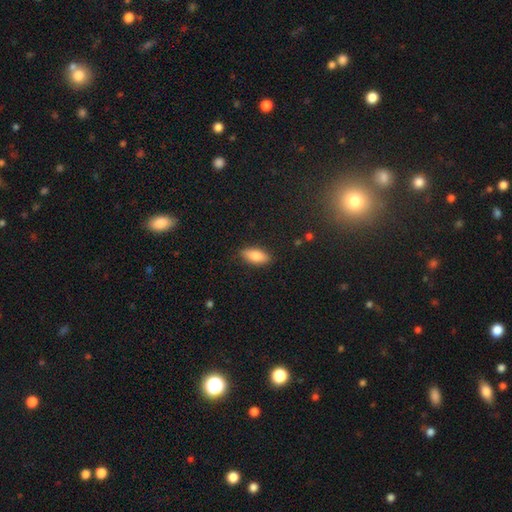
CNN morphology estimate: Smooth or featured? Predicted: smooth (p=0.83). How rounded? Predicted: in between (p=0.84). Merging? Predicted: none (p=0.86).